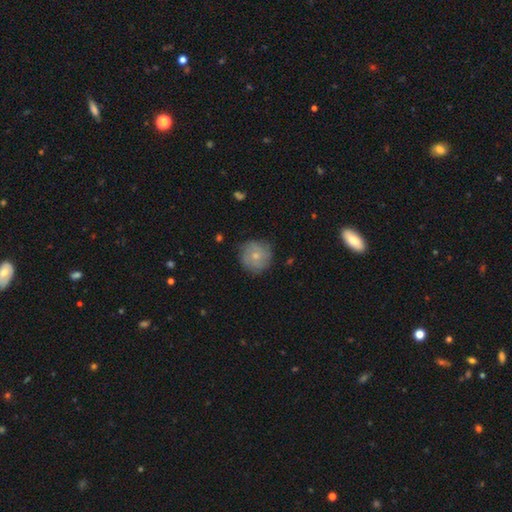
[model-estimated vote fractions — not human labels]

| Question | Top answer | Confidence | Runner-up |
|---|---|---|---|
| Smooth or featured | smooth | 63% | featured or disk (30%) |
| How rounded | round | 93% | in between (6%) |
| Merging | none | 80% | minor disturbance (15%) |